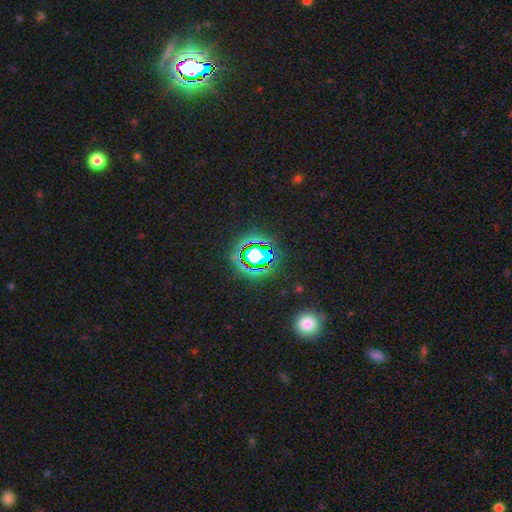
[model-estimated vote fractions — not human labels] Smooth or featured? star or artifact (69%)